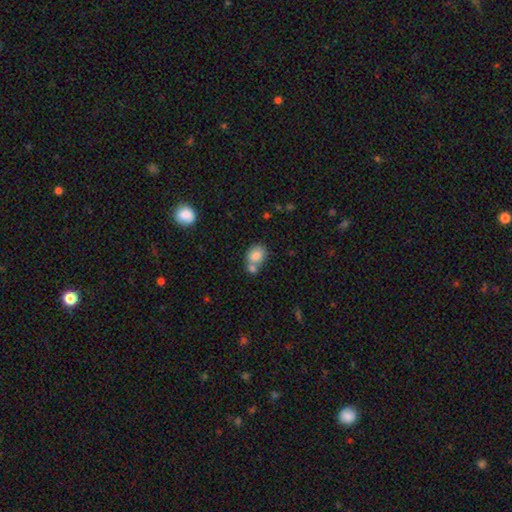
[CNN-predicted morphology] smooth 81%, featured or disk 10%, star or artifact 9%. Down the decision tree: how rounded — round (55%); merging — none (46%).